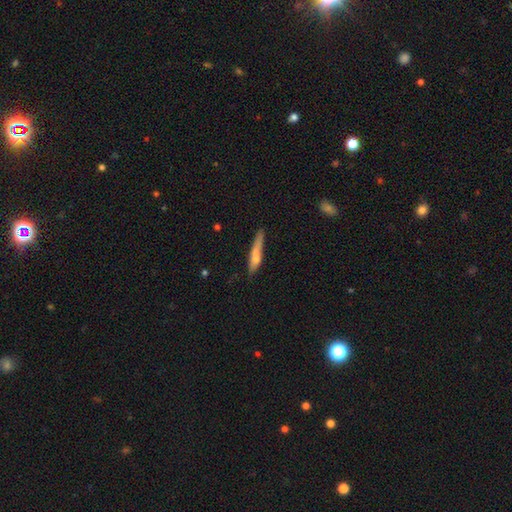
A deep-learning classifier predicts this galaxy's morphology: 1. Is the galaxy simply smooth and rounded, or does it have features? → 61% smooth, 32% featured or disk, 7% star or artifact.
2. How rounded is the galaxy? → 89% cigar-shaped, 9% in between, 2% round.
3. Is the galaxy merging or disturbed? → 59% none, 24% minor disturbance, 9% merger, 8% major disturbance.